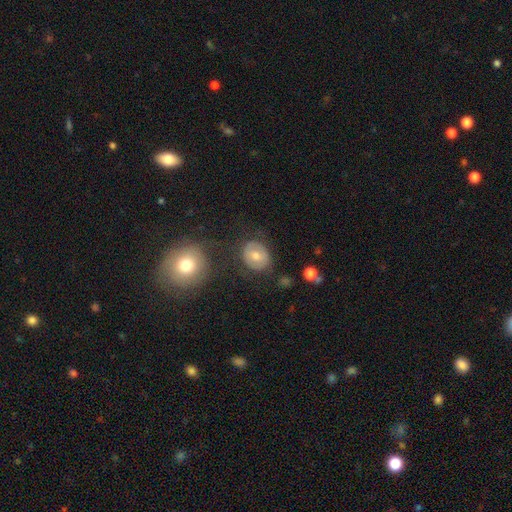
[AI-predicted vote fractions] Q: Smooth or featured?
A: smooth (63%); runner-up: featured or disk (29%)
Q: How rounded?
A: round (58%); runner-up: in between (41%)
Q: Merging?
A: none (76%); runner-up: minor disturbance (14%)